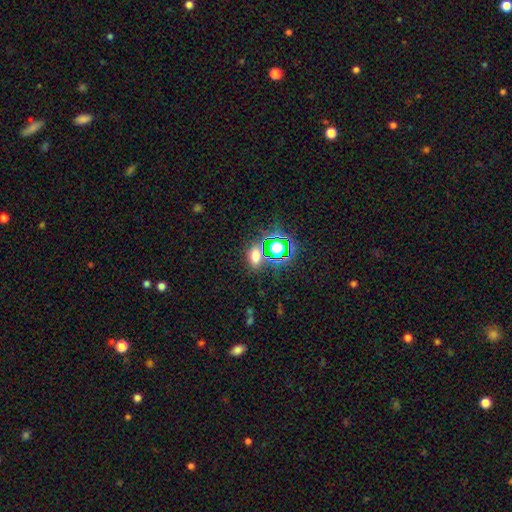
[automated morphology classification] smooth_or_featured: smooth (p=0.54) [alt: star or artifact p=0.38]
how_rounded: in between (p=0.67) [alt: round p=0.29]
merging: none (p=0.73) [alt: merger p=0.12]